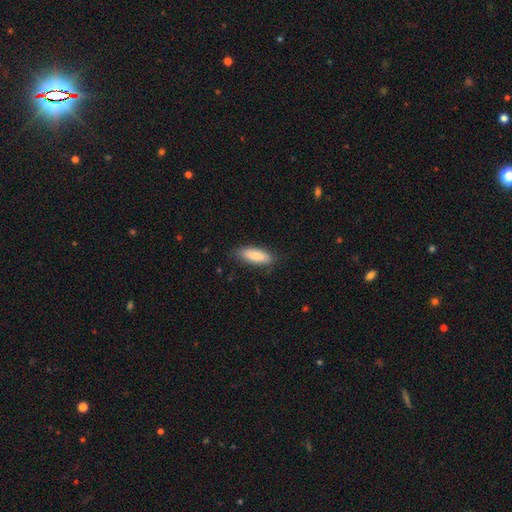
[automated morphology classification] Smooth or featured?
  - smooth: 84% *
  - featured or disk: 10%
  - star or artifact: 6%
How rounded?
  - in between: 60% *
  - cigar-shaped: 38%
  - round: 2%
Merging?
  - none: 82% *
  - minor disturbance: 14%
  - major disturbance: 3%
  - merger: 1%